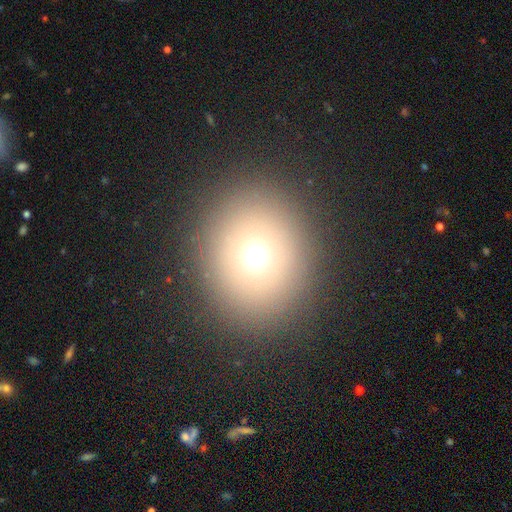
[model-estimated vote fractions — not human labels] Smooth or featured? smooth (68%)
How rounded? round (76%)
Merging? none (88%)